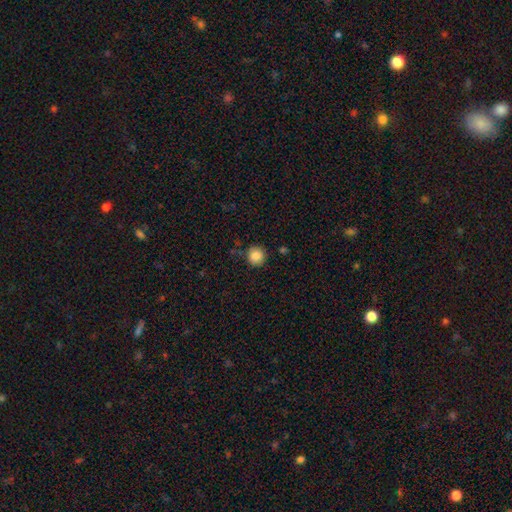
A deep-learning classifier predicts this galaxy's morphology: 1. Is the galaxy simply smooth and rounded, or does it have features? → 86% smooth, 9% star or artifact, 5% featured or disk.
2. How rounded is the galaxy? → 91% round, 8% in between, 1% cigar-shaped.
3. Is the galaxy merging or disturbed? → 87% none, 9% minor disturbance, 2% major disturbance, 2% merger.